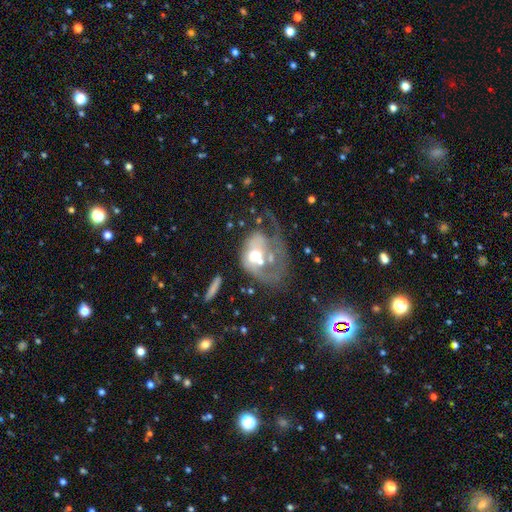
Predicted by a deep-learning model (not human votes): featured or disk 64%, smooth 28%, star or artifact 8%. Down the decision tree: edge-on disk — no (96%); bar — no (75%); spiral arms — yes (56%); bulge size — moderate (64%); merging — major disturbance (46%).